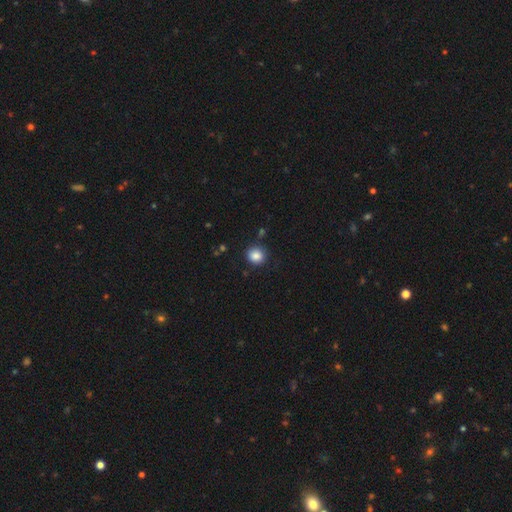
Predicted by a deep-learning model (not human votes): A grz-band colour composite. It shows a smooth galaxy with no disk features (85%) that is round (84%). Merging: none (86%).